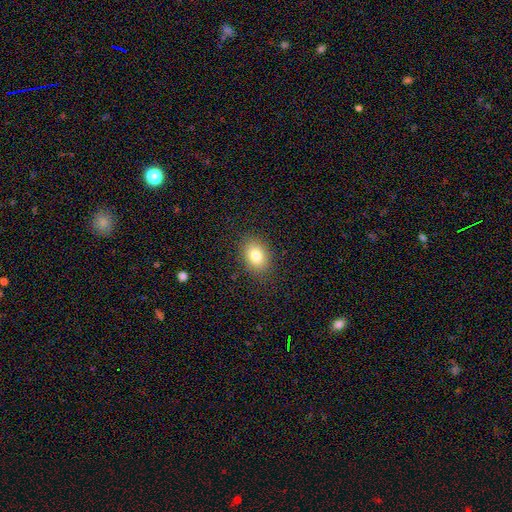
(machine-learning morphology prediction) Smooth or featured? Predicted: smooth (p=0.80). How rounded? Predicted: in between (p=0.70). Merging? Predicted: none (p=0.87).